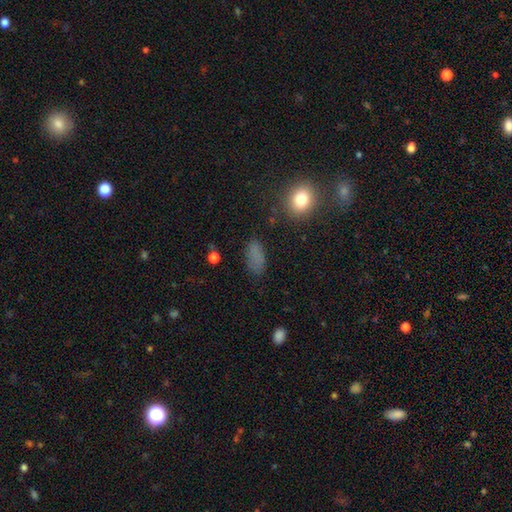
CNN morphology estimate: Overall: smooth (75%). How rounded: in between (86%). Merging: none (72%).